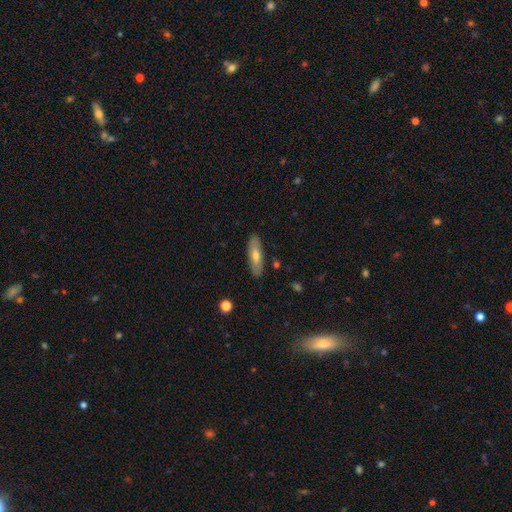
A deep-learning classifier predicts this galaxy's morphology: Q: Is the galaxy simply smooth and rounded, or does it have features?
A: smooth — 58%.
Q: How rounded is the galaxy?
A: cigar-shaped — 56%.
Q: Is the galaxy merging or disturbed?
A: none — 87%.